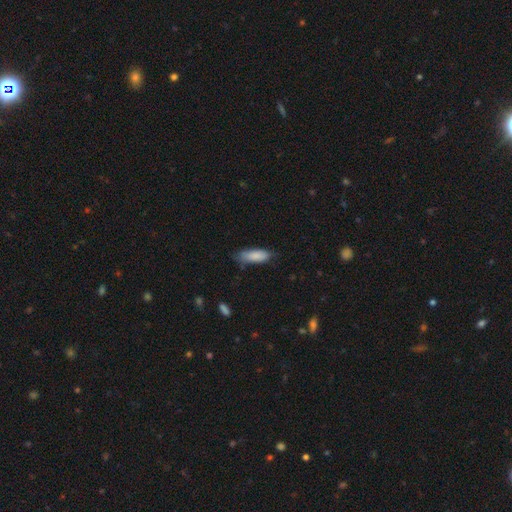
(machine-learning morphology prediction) The model was most divided on "how rounded": in between: 62%, cigar-shaped: 36%, round: 2%. More confident: smooth or featured — smooth (85%); merging — none (65%).